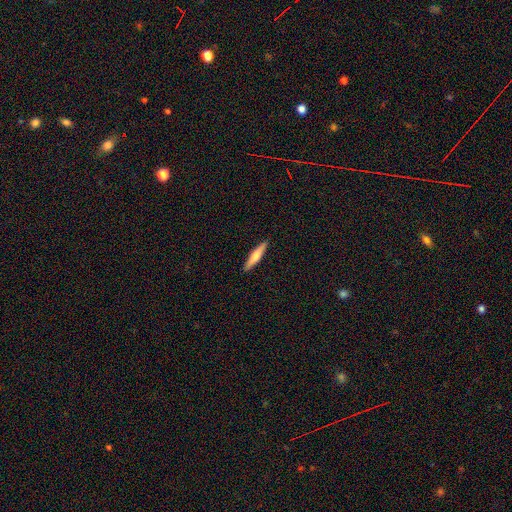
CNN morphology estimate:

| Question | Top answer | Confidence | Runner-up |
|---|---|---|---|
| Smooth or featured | smooth | 53% | featured or disk (41%) |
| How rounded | cigar-shaped | 87% | in between (12%) |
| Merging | none | 91% | minor disturbance (7%) |